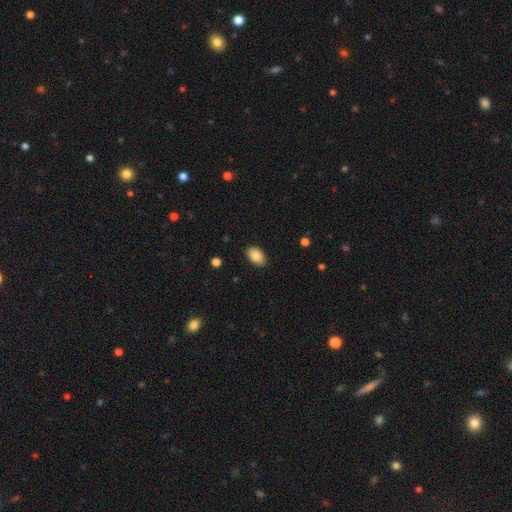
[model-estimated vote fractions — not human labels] Smooth or featured? smooth (87%)
How rounded? in between (93%)
Merging? none (88%)